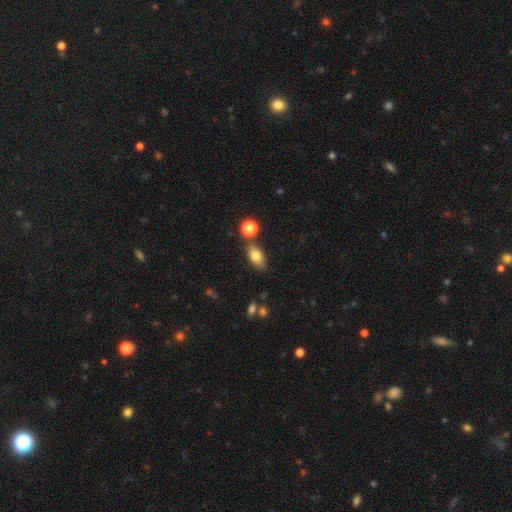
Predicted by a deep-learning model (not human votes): Smooth or featured? Predicted: smooth (p=0.78). How rounded? Predicted: in between (p=0.85). Merging? Predicted: none (p=0.71).